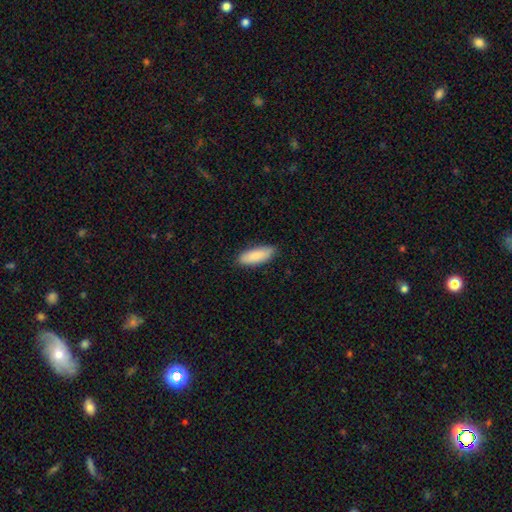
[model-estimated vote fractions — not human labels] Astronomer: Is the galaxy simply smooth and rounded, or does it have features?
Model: smooth — 88%.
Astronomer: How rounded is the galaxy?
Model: in between — 67%.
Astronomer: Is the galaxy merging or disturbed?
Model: none — 87%.